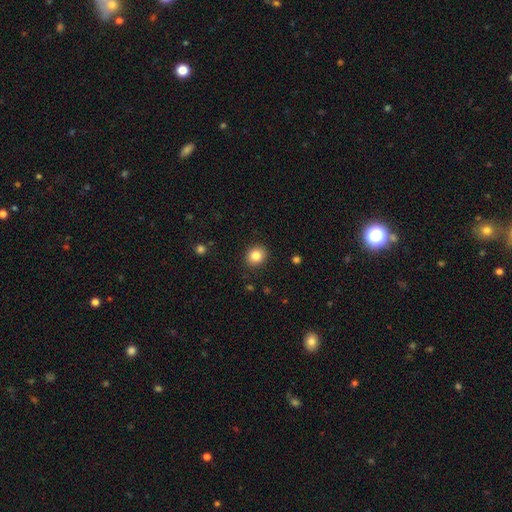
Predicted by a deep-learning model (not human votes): Smooth or featured: smooth — 83% (star or artifact — 10%)
How rounded: round — 80% (in between — 19%)
Merging: none — 91% (minor disturbance — 6%)